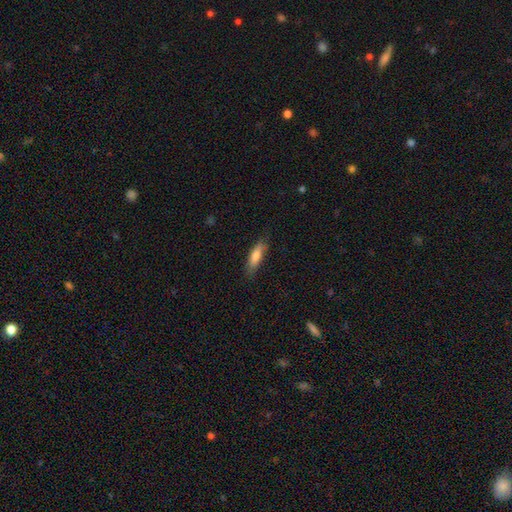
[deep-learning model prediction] Overall: smooth (77%). How rounded: cigar-shaped (59%; in between 39%). Merging: none (78%).